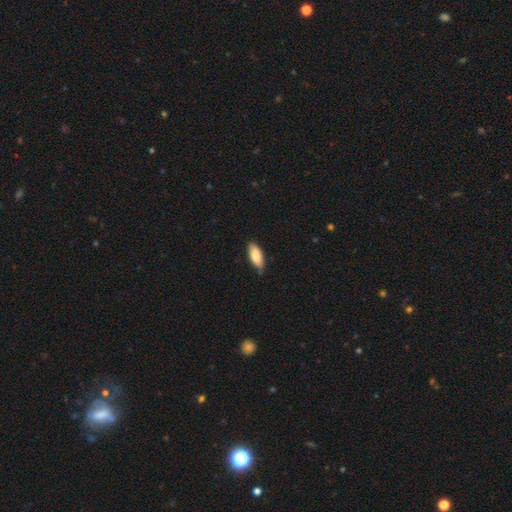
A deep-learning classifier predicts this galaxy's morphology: Smooth or featured? Predicted: smooth (p=0.83). How rounded? Predicted: in between (p=0.84). Merging? Predicted: none (p=0.77).